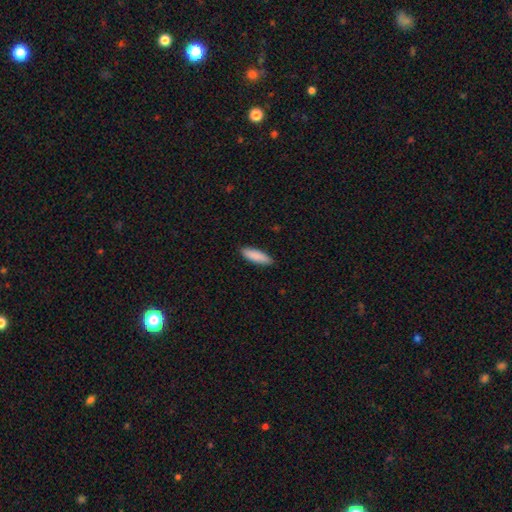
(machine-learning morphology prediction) The model was most divided on "how rounded": cigar-shaped: 53%, in between: 45%, round: 1%. More confident: smooth or featured — smooth (89%); merging — none (88%).